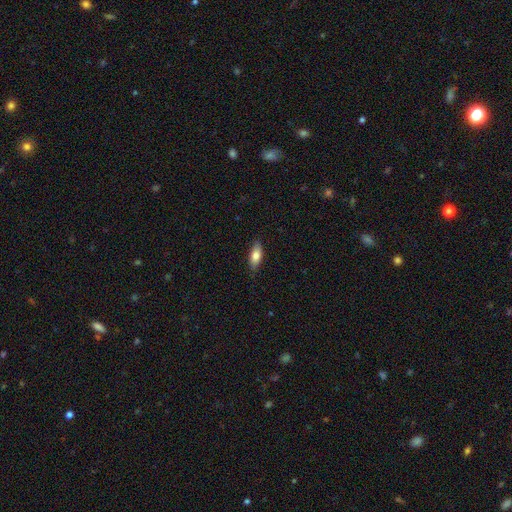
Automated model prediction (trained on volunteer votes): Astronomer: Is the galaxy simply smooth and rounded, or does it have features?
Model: smooth — 75%.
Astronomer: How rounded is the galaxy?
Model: in between — 73%.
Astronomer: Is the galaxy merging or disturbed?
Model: none — 84%.